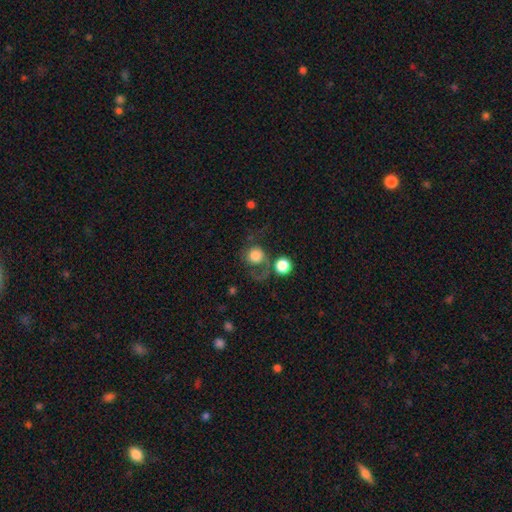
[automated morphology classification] smooth 69%, featured or disk 22%, star or artifact 9%. Down the decision tree: how rounded — round (87%); merging — none (39%).